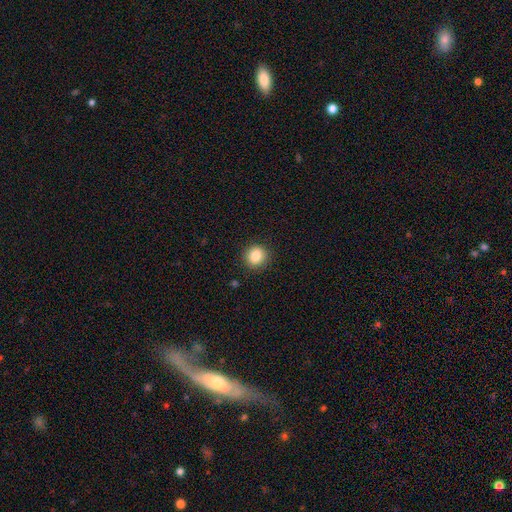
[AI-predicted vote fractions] This is clearly a smooth galaxy (86%). How rounded: clearly round (83%). Merging: clearly none (88%).